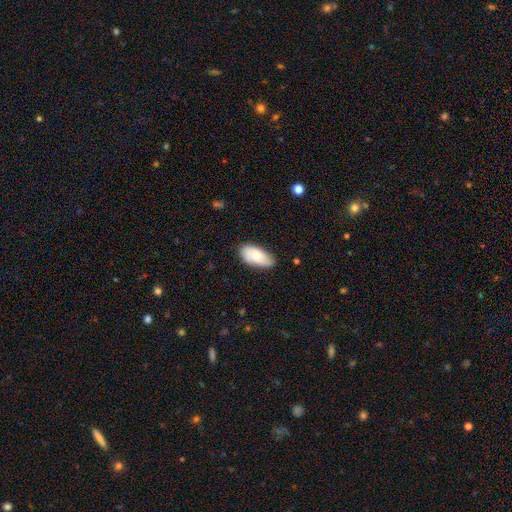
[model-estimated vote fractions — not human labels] smooth 71%, featured or disk 23%, star or artifact 6%. Down the decision tree: how rounded — in between (92%); merging — none (72%).